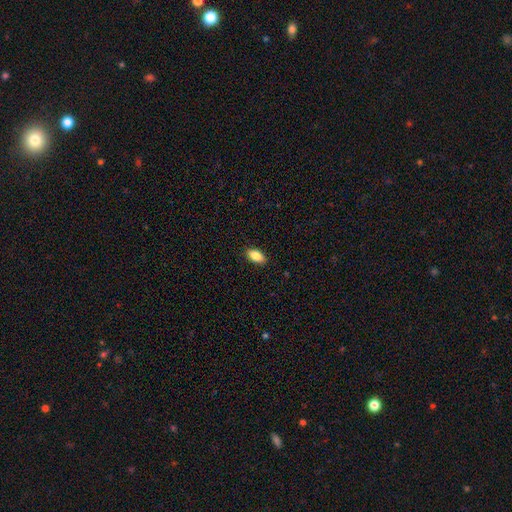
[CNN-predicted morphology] smooth 86%, star or artifact 7%, featured or disk 7%. Down the decision tree: how rounded — in between (91%); merging — none (89%).